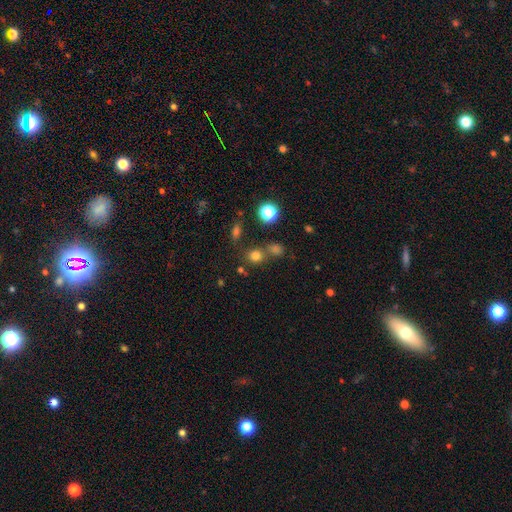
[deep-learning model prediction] smooth-or-featured: smooth: 73% | star or artifact: 20% | featured or disk: 7%
  how-rounded: round: 80% | in between: 18% | cigar-shaped: 1%
  merging: none: 65% | merger: 21% | minor disturbance: 10% | major disturbance: 4%